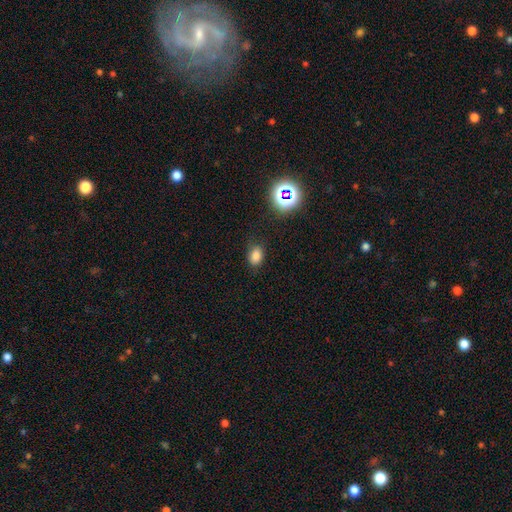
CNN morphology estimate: The model was most divided on "how rounded": in between: 73%, round: 26%, cigar-shaped: 1%. More confident: merging — none (79%); smooth or featured — smooth (78%).